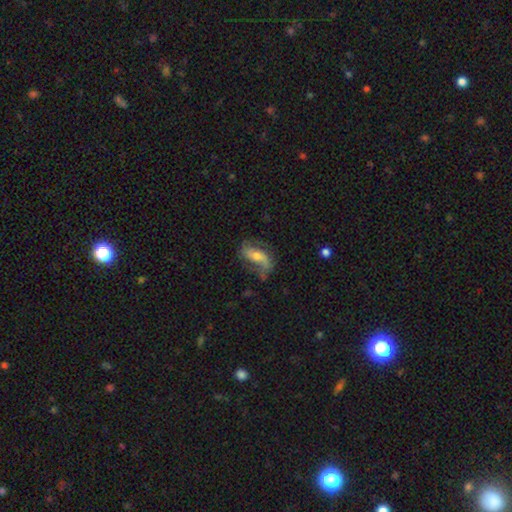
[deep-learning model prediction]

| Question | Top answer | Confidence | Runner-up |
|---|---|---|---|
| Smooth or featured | featured or disk | 67% | smooth (25%) |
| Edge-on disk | no | 92% | yes (8%) |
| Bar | no | 41% | weak (32%) |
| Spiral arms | yes | 86% | no (14%) |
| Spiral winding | loose | 55% | medium (32%) |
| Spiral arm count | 2 | 75% | 1 (14%) |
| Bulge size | moderate | 50% | small (41%) |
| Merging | none | 53% | minor disturbance (24%) |